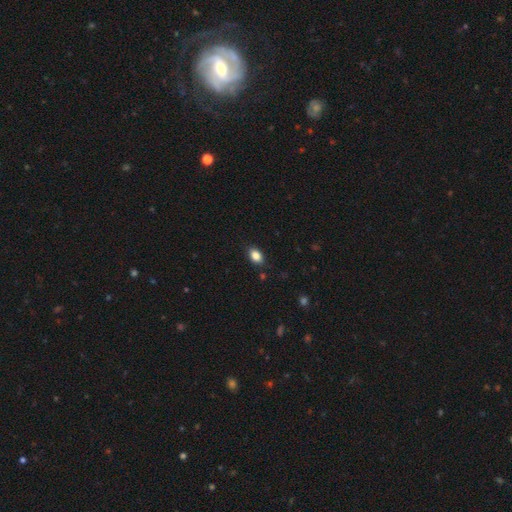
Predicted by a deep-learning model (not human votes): Overall: smooth (86%). How rounded: in between (85%). Merging: none (86%).